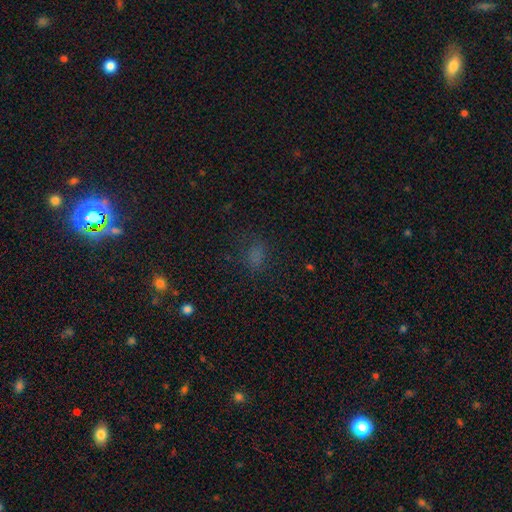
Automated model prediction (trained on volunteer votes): The model was most divided on "how rounded": in between: 57%, round: 41%, cigar-shaped: 2%. More confident: merging — none (69%); smooth or featured — smooth (66%).